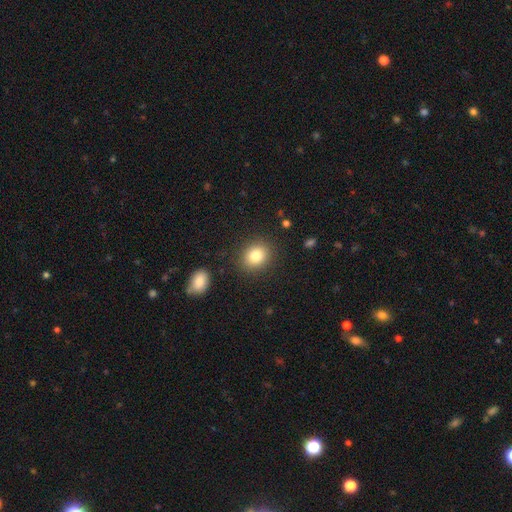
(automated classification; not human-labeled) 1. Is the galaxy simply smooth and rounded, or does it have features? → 81% smooth, 11% star or artifact, 8% featured or disk.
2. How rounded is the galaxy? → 66% round, 33% in between, 1% cigar-shaped.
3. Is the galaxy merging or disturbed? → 87% none, 8% minor disturbance, 3% major disturbance, 2% merger.